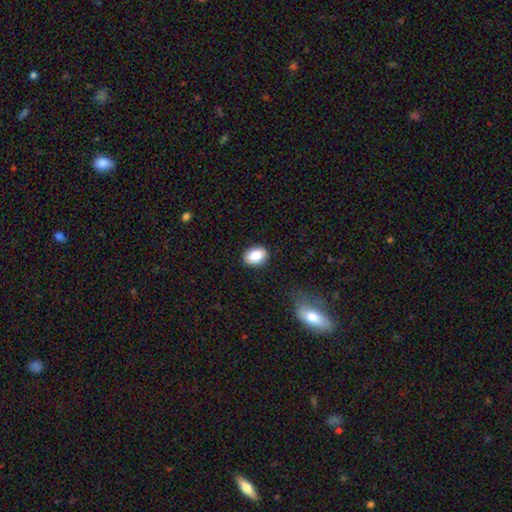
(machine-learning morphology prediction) Q: Smooth or featured?
A: smooth (83%); runner-up: featured or disk (9%)
Q: How rounded?
A: in between (73%); runner-up: round (26%)
Q: Merging?
A: none (89%); runner-up: minor disturbance (8%)